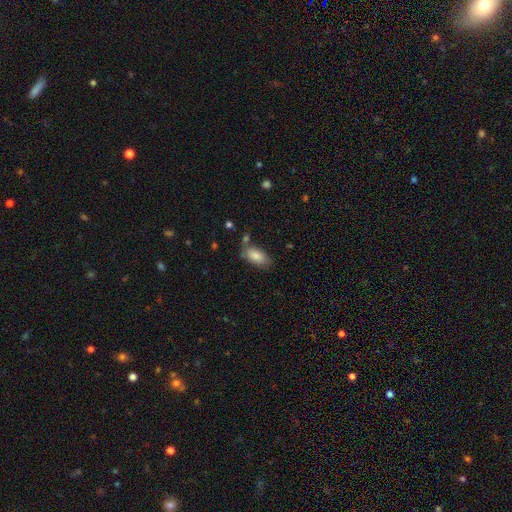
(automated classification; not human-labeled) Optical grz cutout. It shows a smooth galaxy with no disk features (83%) that is in between round and cigar-shaped (93%). Merging: none (68%).